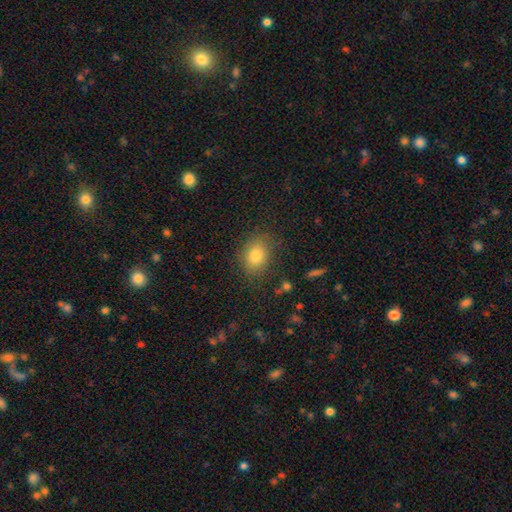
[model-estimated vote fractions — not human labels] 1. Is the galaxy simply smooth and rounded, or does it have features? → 80% smooth, 11% star or artifact, 9% featured or disk.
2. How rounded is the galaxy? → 64% in between, 35% round, 1% cigar-shaped.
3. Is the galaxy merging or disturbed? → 80% none, 14% minor disturbance, 4% major disturbance, 2% merger.